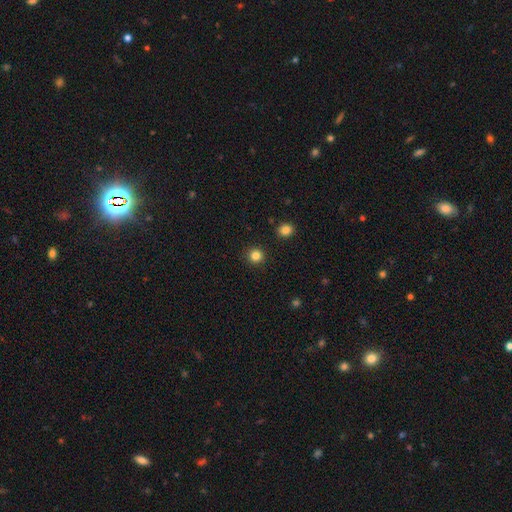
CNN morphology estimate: A smooth galaxy with no disk features (84%) that is round (93%).

Vote fractions:
- Smooth or featured? smooth: 84% / star or artifact: 12% / featured or disk: 4%
- How rounded? round: 93% / in between: 6% / cigar-shaped: 1%
- Merging? none: 92% / minor disturbance: 5% / major disturbance: 2% / merger: 2%